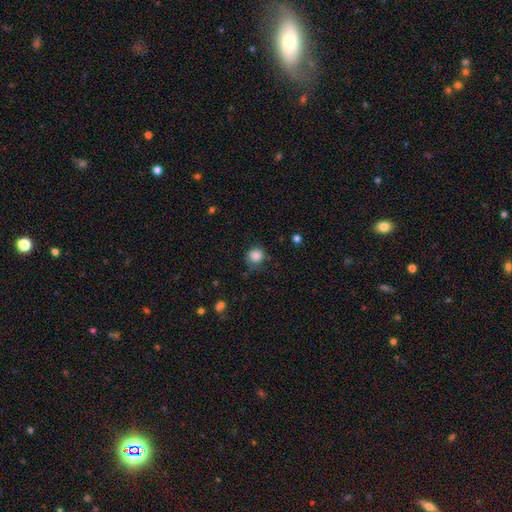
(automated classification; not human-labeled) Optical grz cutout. It shows a smooth galaxy with no disk features (85%) that is round (84%). Merging: none (63%).